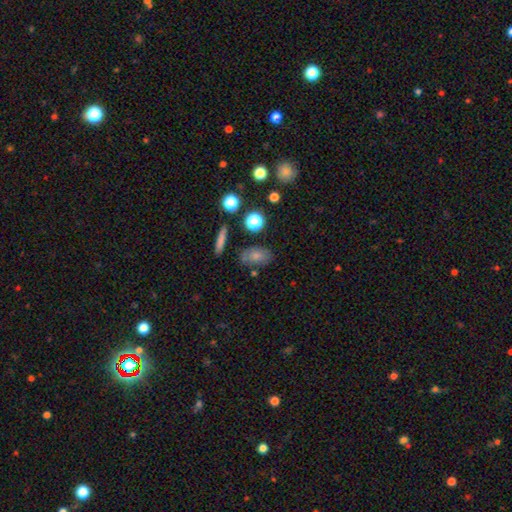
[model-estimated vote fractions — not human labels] Smooth or featured: smooth — 74% (featured or disk — 15%)
How rounded: in between — 84% (round — 13%)
Merging: none — 73% (minor disturbance — 16%)